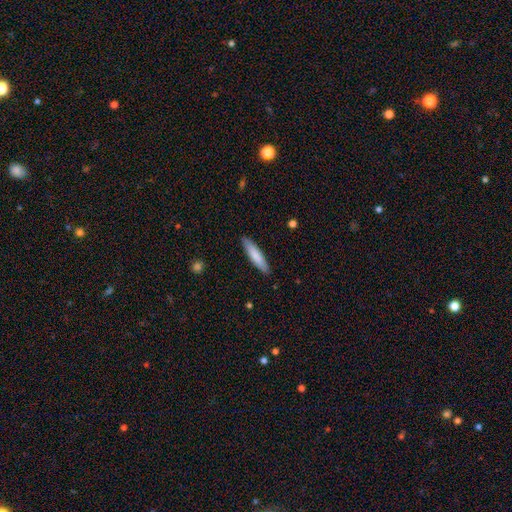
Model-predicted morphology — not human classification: A smooth galaxy with no disk features (80%) that is cigar-shaped (81%).

Vote fractions:
- Smooth or featured? smooth: 80% / featured or disk: 15% / star or artifact: 5%
- How rounded? cigar-shaped: 81% / in between: 17% / round: 1%
- Merging? none: 90% / minor disturbance: 8% / major disturbance: 1% / merger: 1%